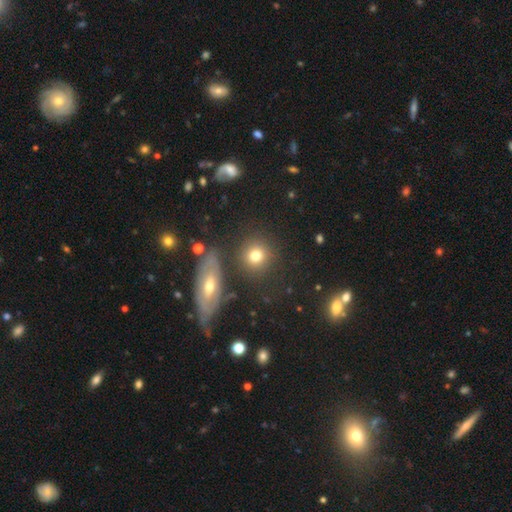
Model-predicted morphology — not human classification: A smooth galaxy with no disk features (74%) that is round (86%).

Vote fractions:
- Smooth or featured? smooth: 74% / featured or disk: 13% / star or artifact: 13%
- How rounded? round: 86% / in between: 12% / cigar-shaped: 2%
- Merging? none: 79% / minor disturbance: 9% / merger: 7% / major disturbance: 4%